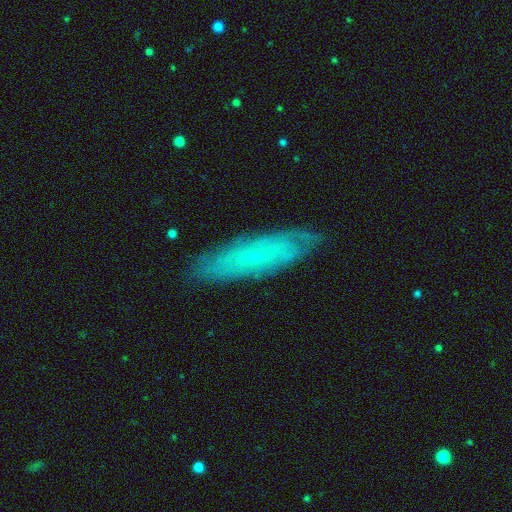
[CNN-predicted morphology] This is possibly a featured or disk galaxy (58%). It is likely not viewed edge-on (64%). Merging: clearly none (83%).